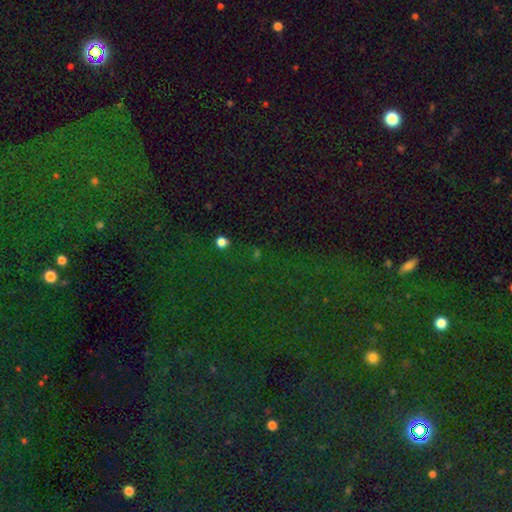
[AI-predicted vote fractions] smooth-or-featured: star or artifact: 79% | smooth: 12% | featured or disk: 9%